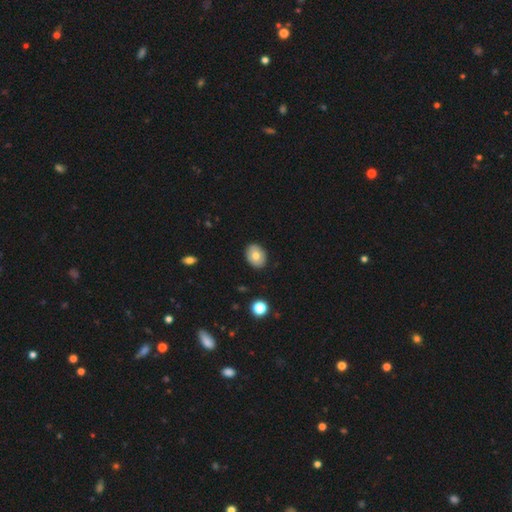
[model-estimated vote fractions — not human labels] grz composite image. It shows a smooth galaxy with no disk features (75%) that is in between round and cigar-shaped (61%). Merging: none (89%).